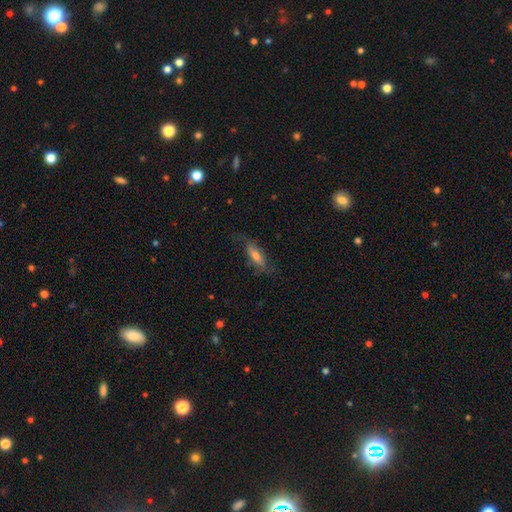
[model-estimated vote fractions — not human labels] Overall: featured or disk (46%; smooth 44%). Merging: none (64%).